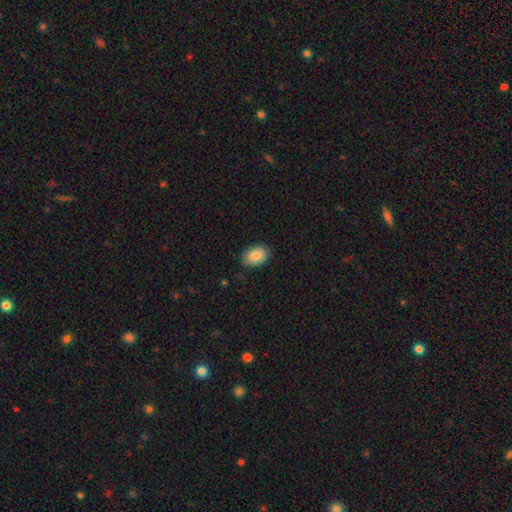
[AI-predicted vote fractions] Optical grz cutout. It shows a smooth galaxy with no disk features (86%) that is in between round and cigar-shaped (85%). Merging: none (85%).